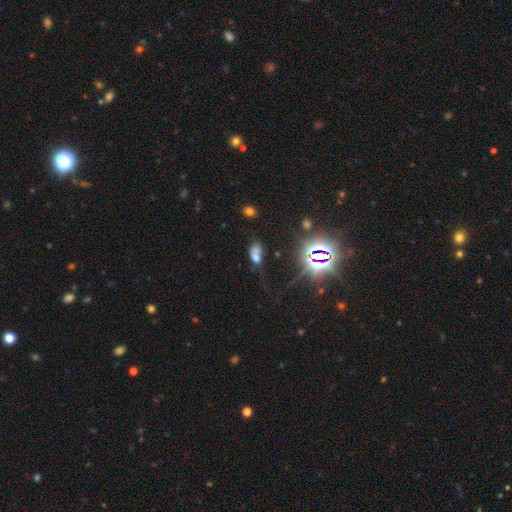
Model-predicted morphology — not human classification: Smooth or featured?
  - smooth: 54% *
  - star or artifact: 28%
  - featured or disk: 18%
How rounded?
  - in between: 83% *
  - round: 12%
  - cigar-shaped: 5%
Merging?
  - merger: 34% *
  - none: 31%
  - minor disturbance: 18%
  - major disturbance: 17%